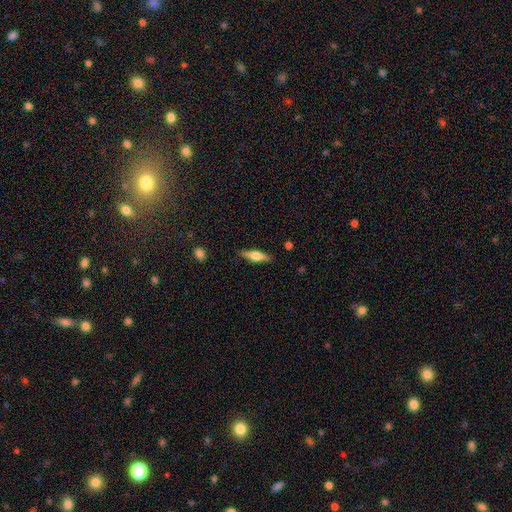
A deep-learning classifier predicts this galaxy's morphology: Smooth or featured? Predicted: featured or disk (p=0.53). Edge-on disk? Predicted: yes (p=0.95). Merging? Predicted: none (p=0.87).